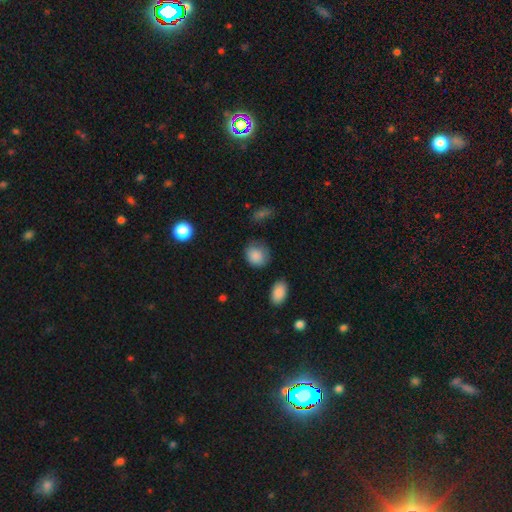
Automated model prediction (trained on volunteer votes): smooth_or_featured: smooth (p=0.86) [alt: star or artifact p=0.08]
how_rounded: round (p=0.71) [alt: in between p=0.28]
merging: none (p=0.68) [alt: minor disturbance p=0.23]